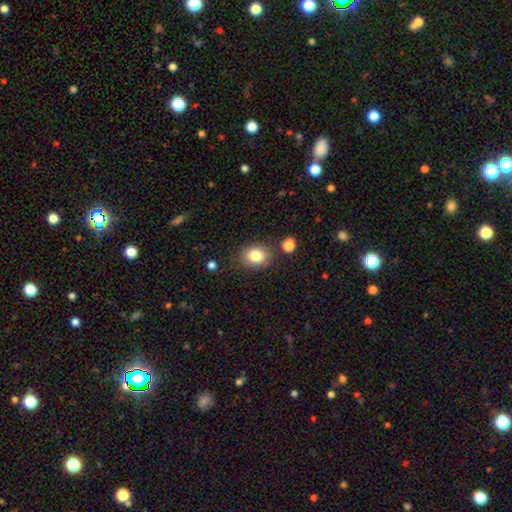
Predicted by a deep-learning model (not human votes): This is clearly a smooth galaxy (81%). How rounded: possibly round (51%). Merging: likely none (80%).